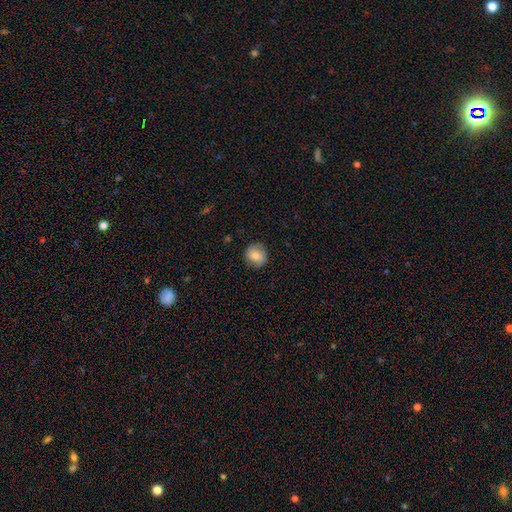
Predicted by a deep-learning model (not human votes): smooth_or_featured: smooth (p=0.74) [alt: featured or disk p=0.18]
how_rounded: round (p=0.87) [alt: in between p=0.12]
merging: none (p=0.85) [alt: minor disturbance p=0.11]